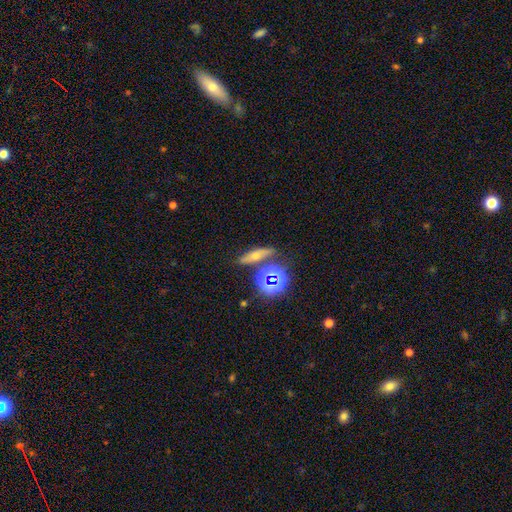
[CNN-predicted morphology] This is marginally a featured or disk galaxy (39%). Merging: likely none (78%).